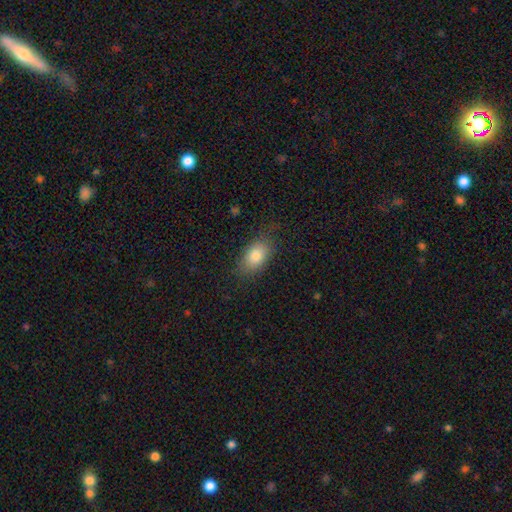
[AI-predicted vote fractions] Overall: smooth (80%). How rounded: in between (88%). Merging: none (76%).